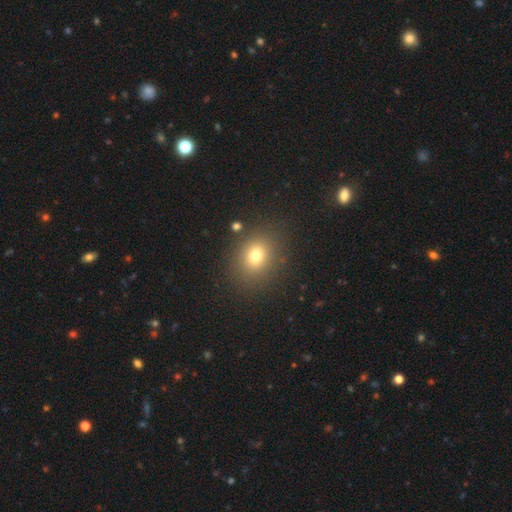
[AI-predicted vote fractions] smooth-or-featured: smooth: 74% | star or artifact: 16% | featured or disk: 10%
  how-rounded: round: 59% | in between: 40% | cigar-shaped: 1%
  merging: none: 84% | minor disturbance: 9% | major disturbance: 4% | merger: 3%